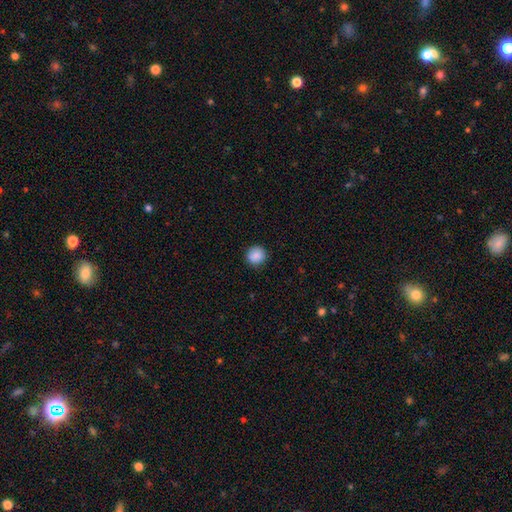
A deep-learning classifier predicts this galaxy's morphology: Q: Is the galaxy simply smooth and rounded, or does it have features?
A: smooth — 88%.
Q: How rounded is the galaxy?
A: round — 91%.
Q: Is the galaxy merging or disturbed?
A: none — 89%.